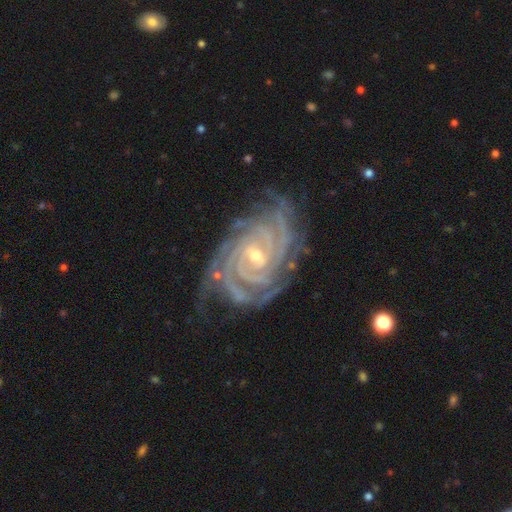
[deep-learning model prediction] Smooth or featured? Predicted: featured or disk (p=0.93). Edge-on disk? Predicted: no (p=0.97). Bar? Predicted: weak (p=0.41). Spiral arms? Predicted: yes (p=0.99). Spiral winding? Predicted: tight (p=0.82). Spiral arm count? Predicted: 4 (p=0.29). Bulge size? Predicted: small (p=0.62). Merging? Predicted: none (p=0.75).